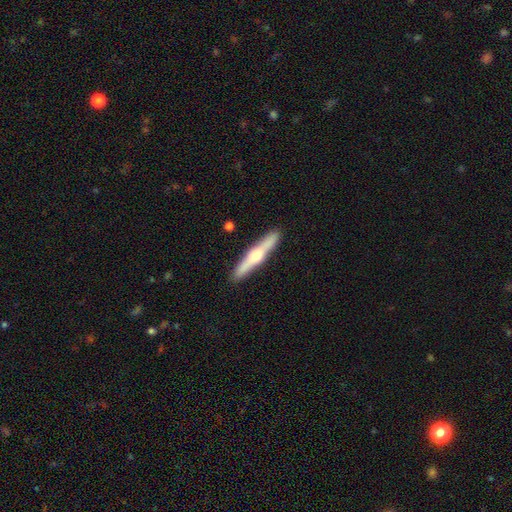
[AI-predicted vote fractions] Smooth or featured? Predicted: featured or disk (p=0.61). Edge-on disk? Predicted: yes (p=0.96). Edge-on bulge? Predicted: rounded (p=0.90). Merging? Predicted: none (p=0.91).